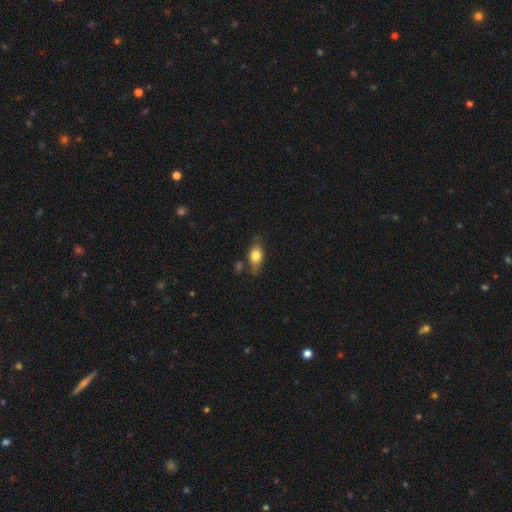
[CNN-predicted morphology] smooth_or_featured: smooth (p=0.75) [alt: featured or disk p=0.18]
how_rounded: in between (p=0.75) [alt: round p=0.18]
merging: none (p=0.58) [alt: minor disturbance p=0.28]